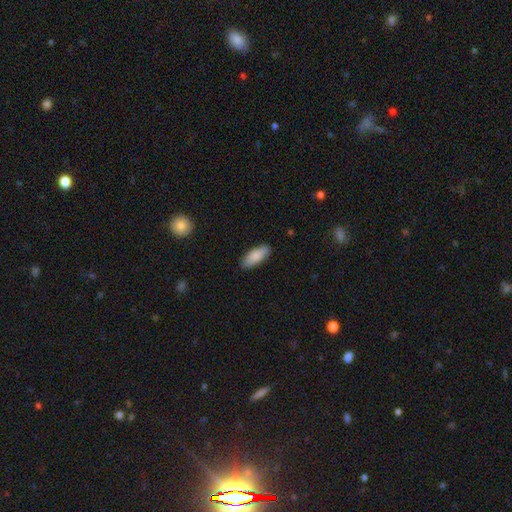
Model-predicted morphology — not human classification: This appears to be a smooth galaxy with no disk features (86%) that is in between round and cigar-shaped (74%). Merging: none (87%).